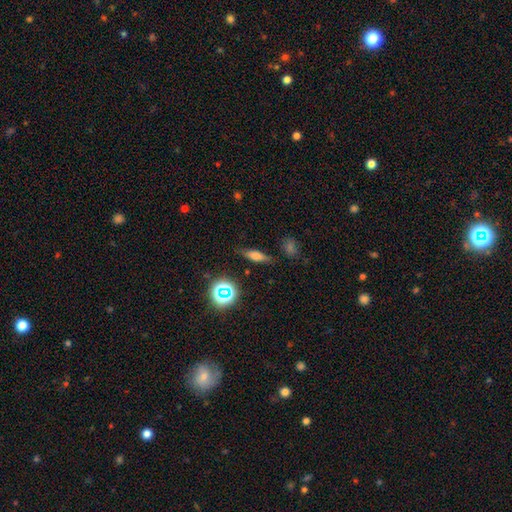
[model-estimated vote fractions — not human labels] The model was most divided on "how rounded": cigar-shaped: 50%, in between: 42%, round: 8%. More confident: merging — none (79%); smooth or featured — smooth (61%).